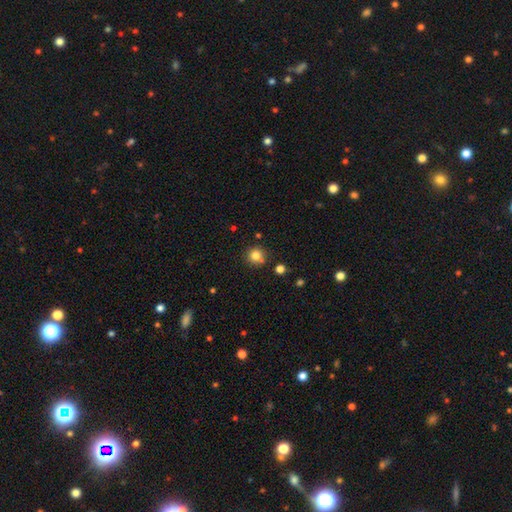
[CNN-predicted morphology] This appears to be a smooth galaxy with no disk features (81%) that is round (92%). Merging: none (78%).